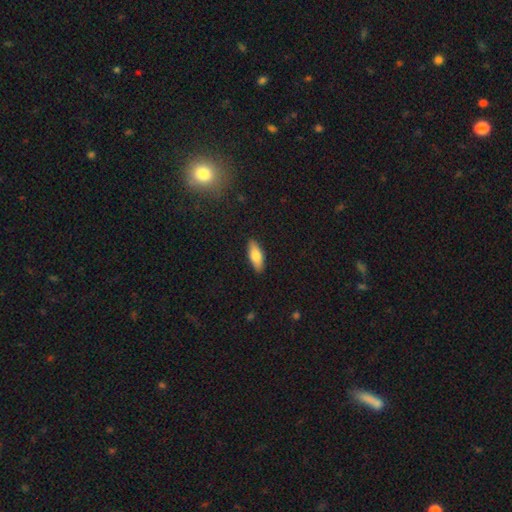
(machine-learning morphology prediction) Smooth or featured?
  - smooth: 74% *
  - featured or disk: 20%
  - star or artifact: 6%
How rounded?
  - in between: 70% *
  - cigar-shaped: 27%
  - round: 2%
Merging?
  - none: 88% *
  - minor disturbance: 9%
  - major disturbance: 2%
  - merger: 1%